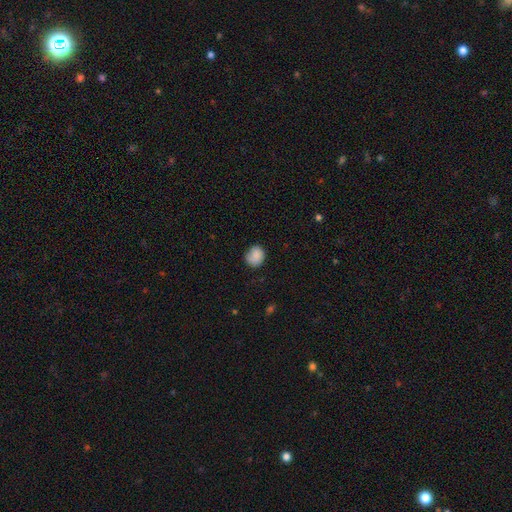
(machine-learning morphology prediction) Overall: smooth (85%). How rounded: round (71%). Merging: none (69%).